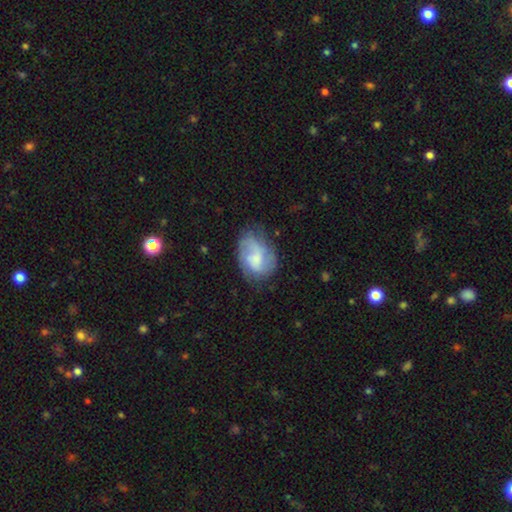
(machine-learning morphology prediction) This appears to be a featured or disk galaxy (51%). Merging: none (50%).